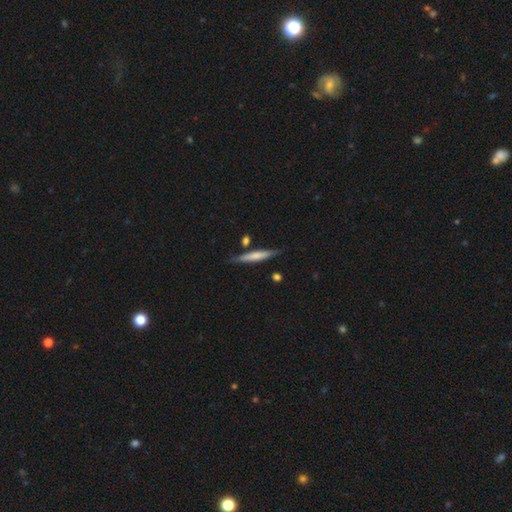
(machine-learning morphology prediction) A smooth galaxy with no disk features (58%) that is cigar-shaped (92%). Merging: none (80%).